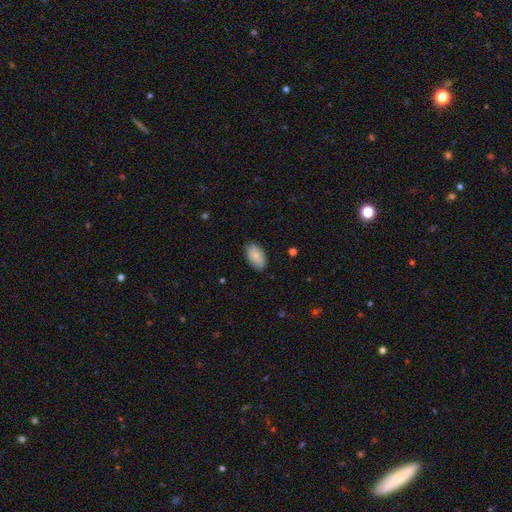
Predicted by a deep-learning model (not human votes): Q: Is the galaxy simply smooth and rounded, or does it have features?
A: smooth — 82%.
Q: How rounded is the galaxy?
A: in between — 94%.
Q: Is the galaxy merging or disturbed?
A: none — 80%.